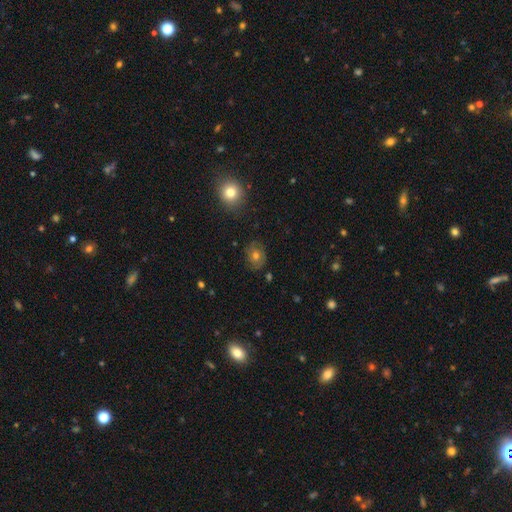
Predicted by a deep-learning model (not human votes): This appears to be a smooth galaxy with no disk features (54%) that is round (61%). Merging: none (79%).